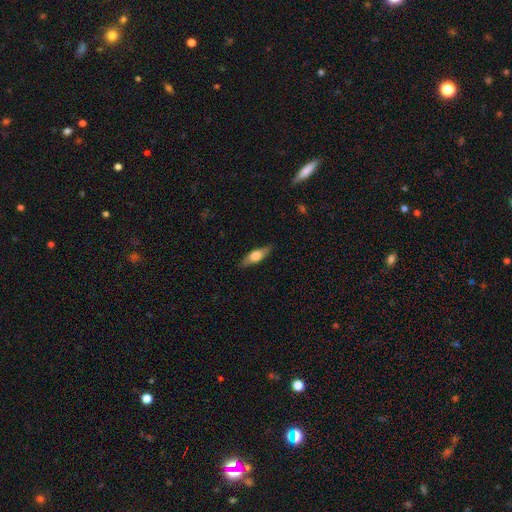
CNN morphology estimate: Q: Smooth or featured?
A: smooth (56%); runner-up: featured or disk (37%)
Q: How rounded?
A: in between (54%); runner-up: cigar-shaped (43%)
Q: Merging?
A: none (85%); runner-up: minor disturbance (12%)